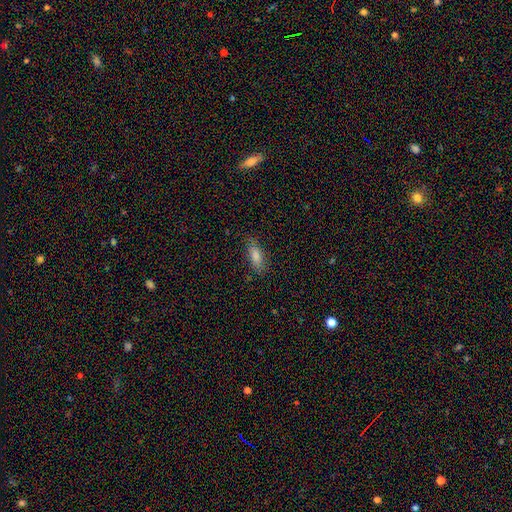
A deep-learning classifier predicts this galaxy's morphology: Smooth or featured? Predicted: smooth (p=0.76). How rounded? Predicted: in between (p=0.64). Merging? Predicted: none (p=0.79).